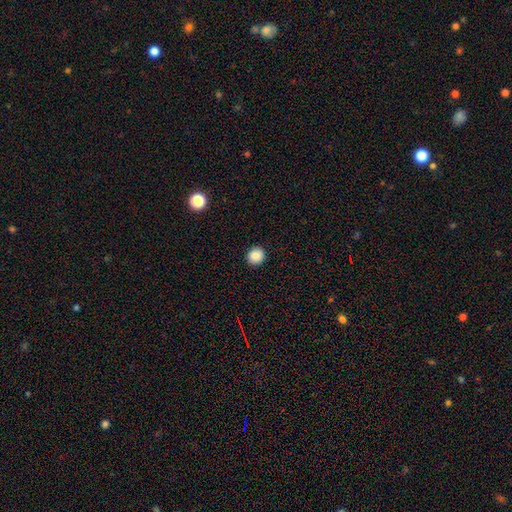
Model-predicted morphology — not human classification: Q: Smooth or featured?
A: smooth (87%); runner-up: star or artifact (9%)
Q: How rounded?
A: round (87%); runner-up: in between (13%)
Q: Merging?
A: none (91%); runner-up: minor disturbance (6%)